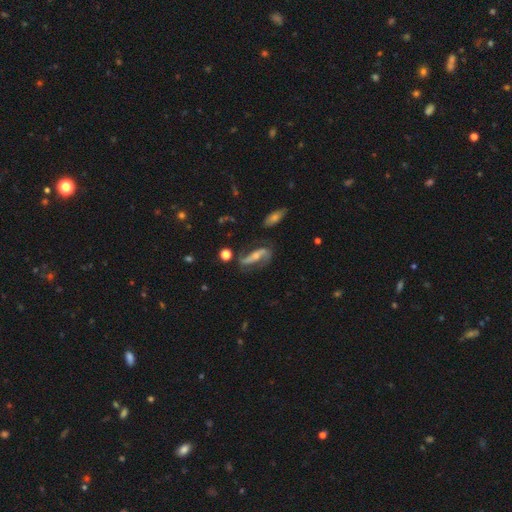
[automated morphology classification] Overall: featured or disk (79%). Edge-on disk: no (85%). Bar: strong (48%; weak 27%). Spiral arms: yes (91%). Spiral arm count: 2 (87%). Spiral winding: loose (51%; medium 33%). Bulge size: small (50%; moderate 42%). Merging: none (67%).